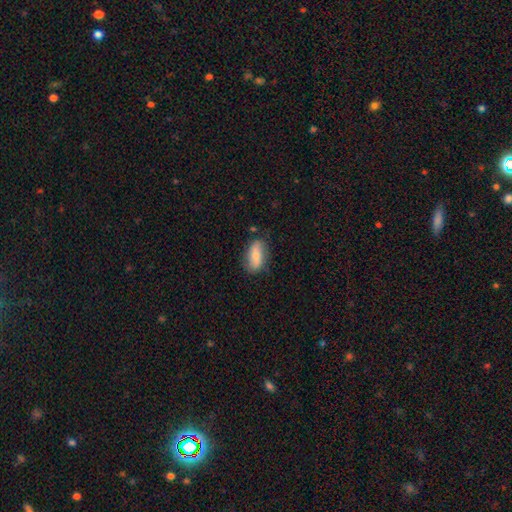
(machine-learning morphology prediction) smooth_or_featured: smooth (p=0.68) [alt: featured or disk p=0.25]
how_rounded: in between (p=0.84) [alt: cigar-shaped p=0.12]
merging: none (p=0.73) [alt: minor disturbance p=0.20]